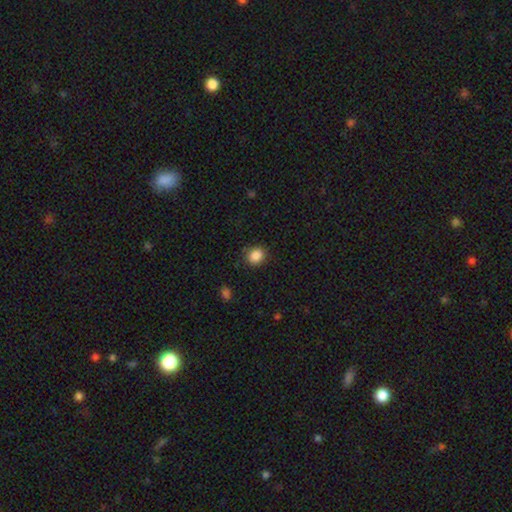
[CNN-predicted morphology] Overall: smooth (87%). How rounded: round (72%). Merging: none (86%).